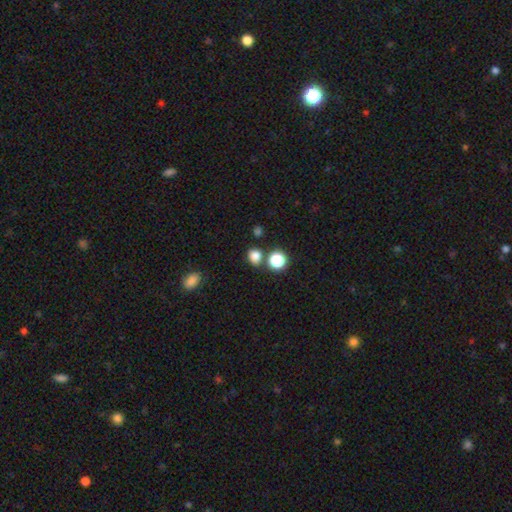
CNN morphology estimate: Smooth or featured: smooth — 79% (star or artifact — 16%)
How rounded: round — 72% (in between — 27%)
Merging: none — 75% (merger — 13%)